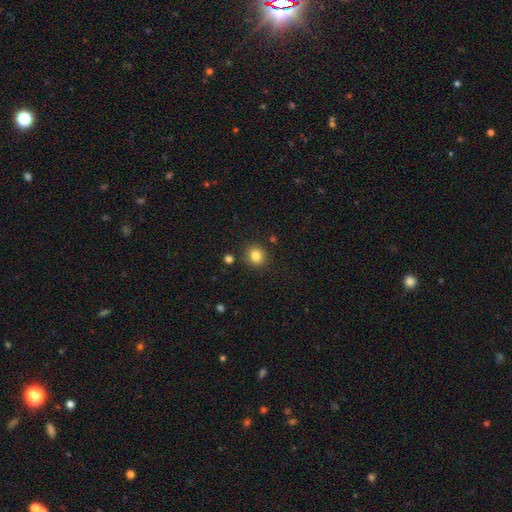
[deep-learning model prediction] smooth-or-featured: smooth: 83% | star or artifact: 11% | featured or disk: 6%
  how-rounded: round: 80% | in between: 19% | cigar-shaped: 1%
  merging: none: 86% | minor disturbance: 8% | merger: 3% | major disturbance: 2%